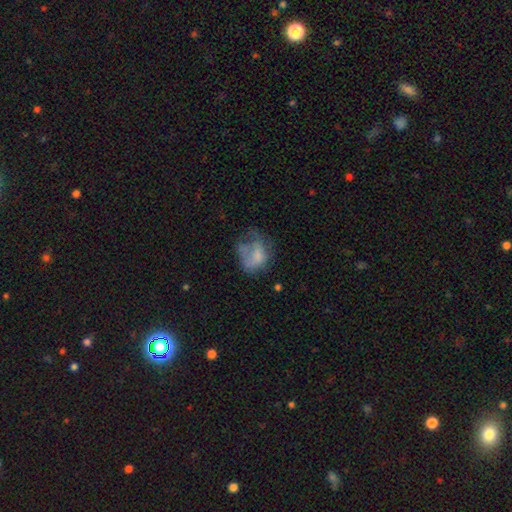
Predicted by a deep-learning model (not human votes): Smooth or featured? Predicted: smooth (p=0.56). How rounded? Predicted: in between (p=0.54). Merging? Predicted: major disturbance (p=0.44).